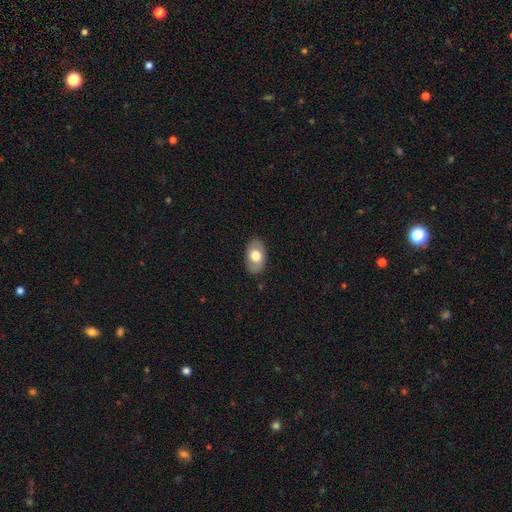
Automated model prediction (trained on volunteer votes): A smooth galaxy with no disk features (68%) that is in between round and cigar-shaped (90%). Merging: none (85%).